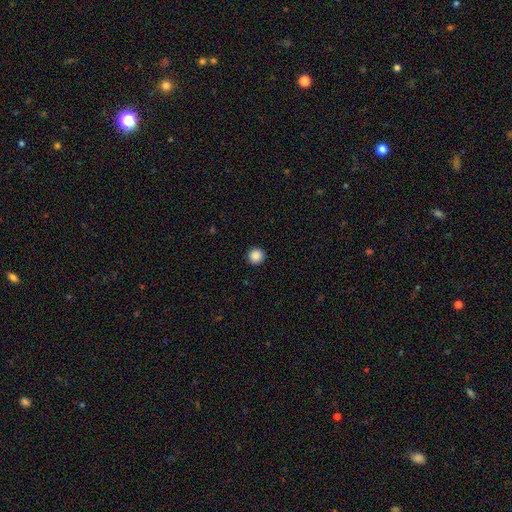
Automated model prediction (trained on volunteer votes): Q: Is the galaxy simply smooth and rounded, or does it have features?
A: smooth — 88%.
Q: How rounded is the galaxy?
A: round — 95%.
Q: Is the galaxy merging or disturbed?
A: none — 93%.